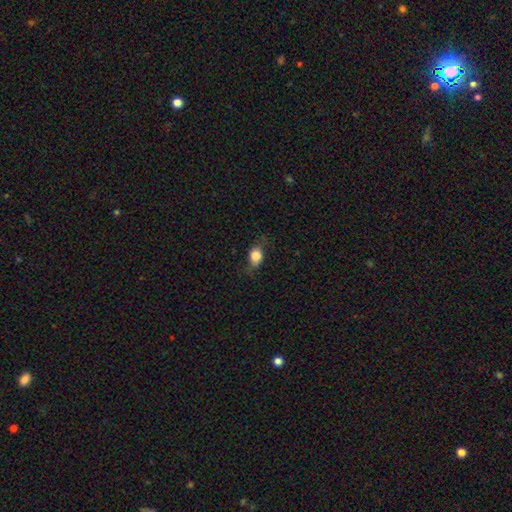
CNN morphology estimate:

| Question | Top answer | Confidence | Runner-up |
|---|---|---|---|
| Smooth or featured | smooth | 81% | featured or disk (10%) |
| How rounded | in between | 66% | round (31%) |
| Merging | none | 70% | minor disturbance (21%) |